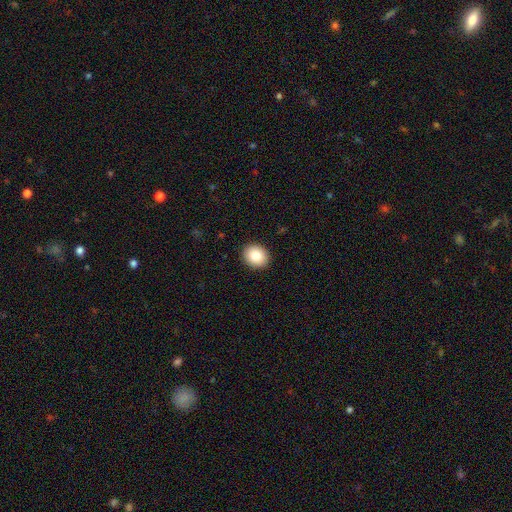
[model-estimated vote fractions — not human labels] A smooth galaxy with no disk features (86%) that is round (64%). Merging: none (91%).